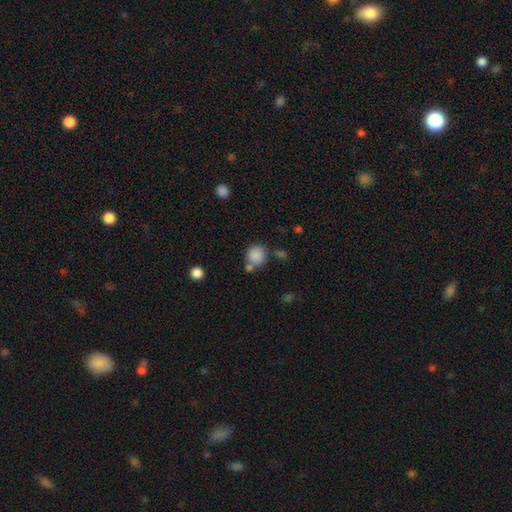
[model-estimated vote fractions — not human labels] Smooth or featured? Predicted: smooth (p=0.86). How rounded? Predicted: round (p=0.86). Merging? Predicted: none (p=0.61).